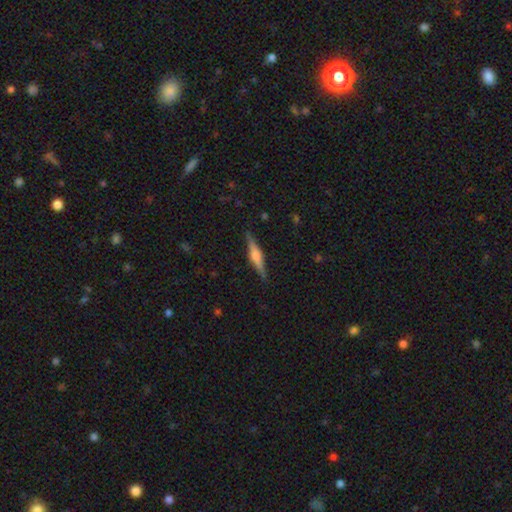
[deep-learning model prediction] Smooth or featured?
  - featured or disk: 71% *
  - smooth: 22%
  - star or artifact: 6%
Edge-on disk?
  - yes: 98% *
  - no: 2%
Edge-on bulge?
  - rounded: 88% *
  - boxy: 9%
  - none: 3%
Merging?
  - none: 89% *
  - minor disturbance: 8%
  - major disturbance: 2%
  - merger: 1%